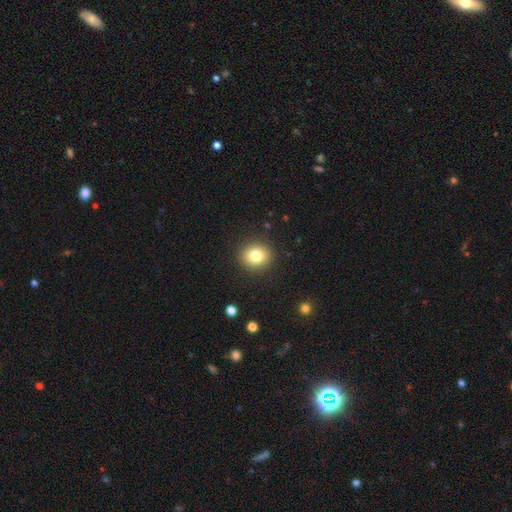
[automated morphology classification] A smooth galaxy with no disk features (81%) that is round (76%). Merging: none (90%).